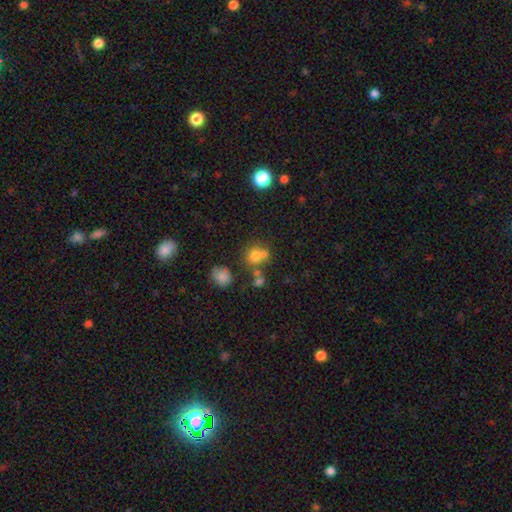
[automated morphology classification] Smooth or featured: smooth — 72% (star or artifact — 16%)
How rounded: round — 78% (in between — 21%)
Merging: none — 48% (merger — 33%)